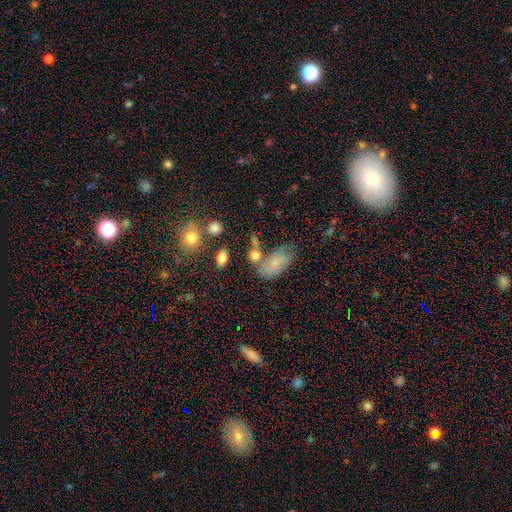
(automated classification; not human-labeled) Smooth or featured? Predicted: smooth (p=0.73). How rounded? Predicted: in between (p=0.78). Merging? Predicted: none (p=0.53).